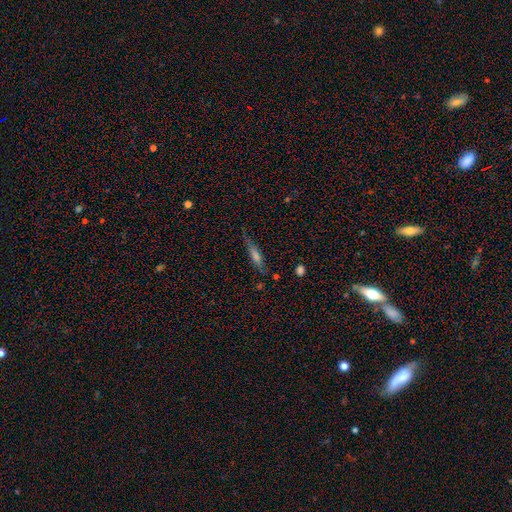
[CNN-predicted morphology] A smooth galaxy with no disk features (44%, tied with featured or disk). Merging: none (72%).